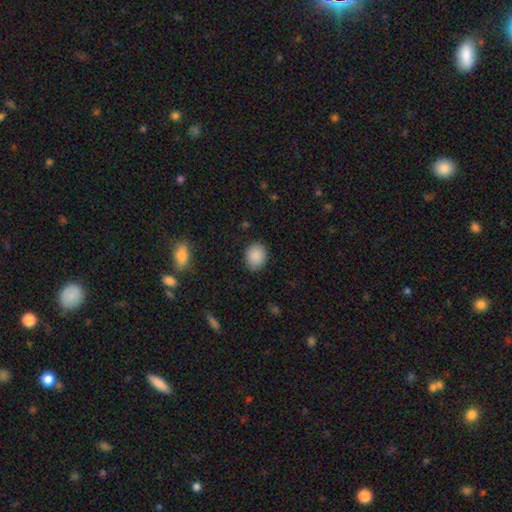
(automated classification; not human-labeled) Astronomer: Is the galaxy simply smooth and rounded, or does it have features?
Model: smooth — 89%.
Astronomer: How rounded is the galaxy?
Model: round — 59% (runner-up: in between, 40%).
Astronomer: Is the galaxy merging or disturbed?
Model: none — 85%.